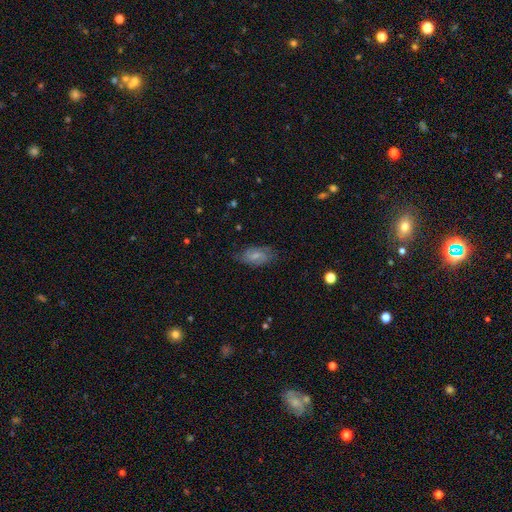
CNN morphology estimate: This appears to be a featured or disk galaxy (58%) with a weak bar (51%), spiral arms (88%) and a small central bulge (52%). Merging: none (73%).